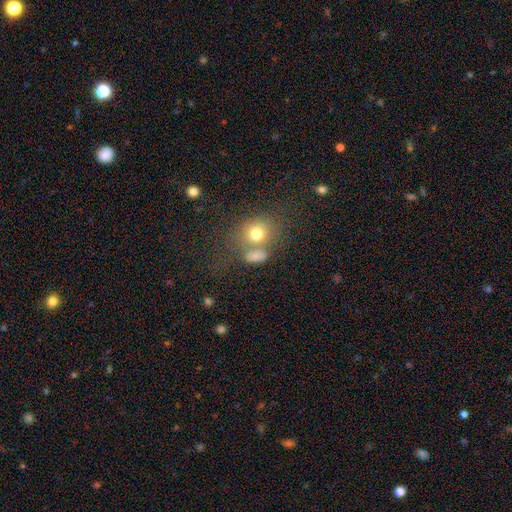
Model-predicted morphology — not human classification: type=smooth (72%); roundness=in between (57%); merging=none (39%).